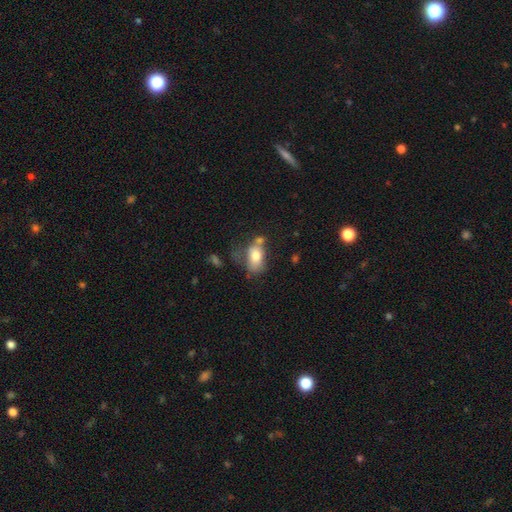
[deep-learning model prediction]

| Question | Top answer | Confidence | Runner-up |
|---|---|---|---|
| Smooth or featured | smooth | 74% | featured or disk (18%) |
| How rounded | in between | 85% | round (12%) |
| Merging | none | 37% | minor disturbance (25%) |